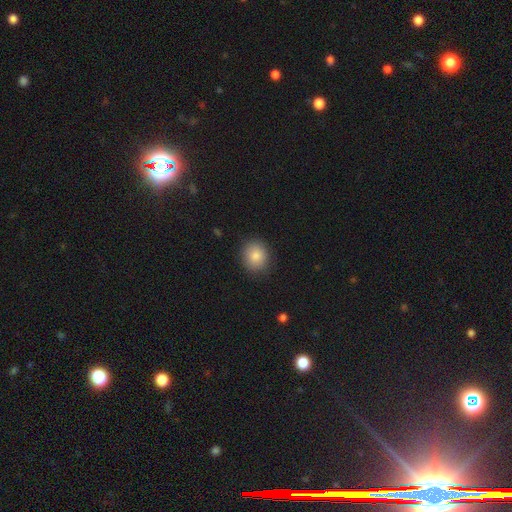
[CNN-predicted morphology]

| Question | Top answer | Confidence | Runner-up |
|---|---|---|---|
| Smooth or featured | smooth | 85% | star or artifact (9%) |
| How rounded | round | 76% | in between (23%) |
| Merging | none | 87% | minor disturbance (9%) |